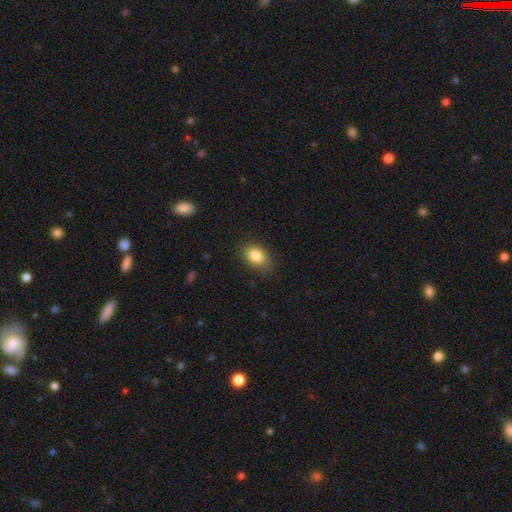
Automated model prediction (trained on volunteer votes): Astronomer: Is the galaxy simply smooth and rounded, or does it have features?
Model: smooth — 84%.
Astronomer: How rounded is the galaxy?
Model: in between — 71%.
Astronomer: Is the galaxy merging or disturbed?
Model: none — 76%.